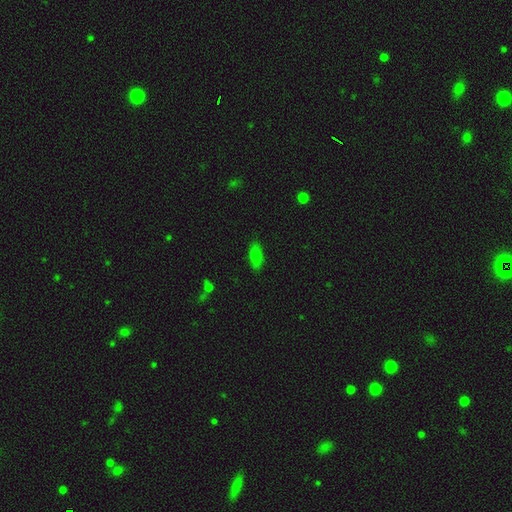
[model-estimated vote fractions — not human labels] Smooth or featured? Predicted: smooth (p=0.75). How rounded? Predicted: in between (p=0.82). Merging? Predicted: none (p=0.84).